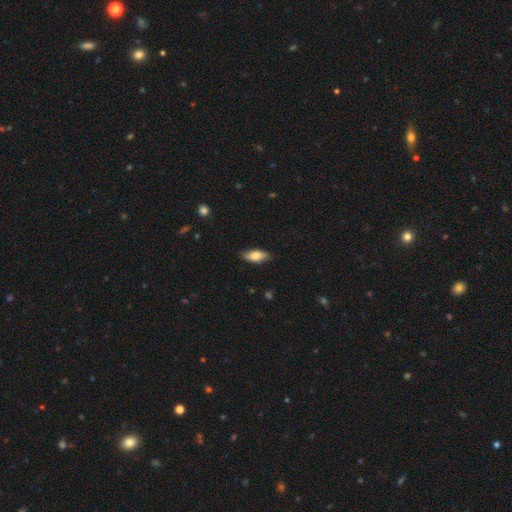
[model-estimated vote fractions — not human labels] smooth_or_featured: smooth (p=0.75) [alt: featured or disk p=0.18]
how_rounded: in between (p=0.77) [alt: cigar-shaped p=0.20]
merging: none (p=0.85) [alt: minor disturbance p=0.12]